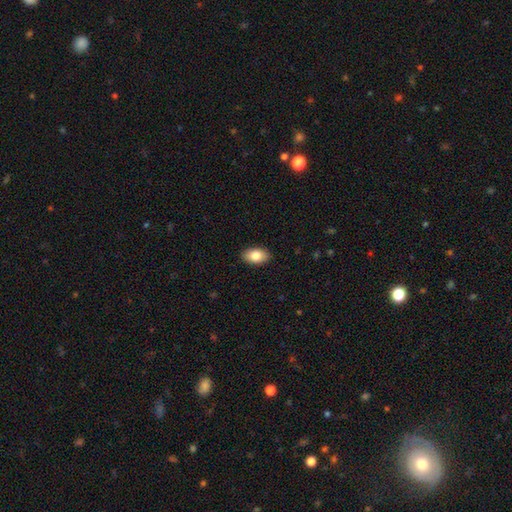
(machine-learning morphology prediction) smooth 83%, featured or disk 10%, star or artifact 7%. Down the decision tree: how rounded — in between (93%); merging — none (90%).